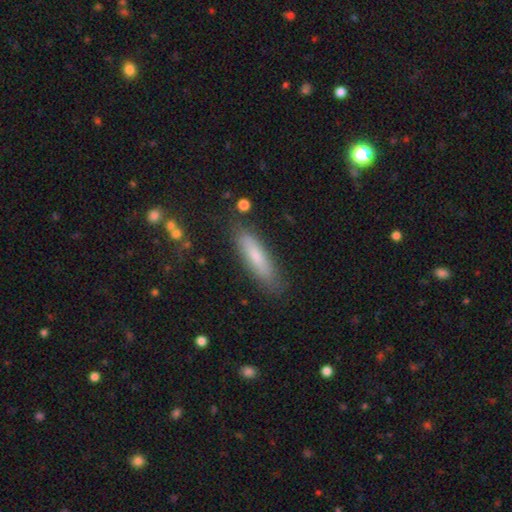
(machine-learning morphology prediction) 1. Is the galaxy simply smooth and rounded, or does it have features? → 73% smooth, 21% featured or disk, 7% star or artifact.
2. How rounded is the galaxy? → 68% cigar-shaped, 30% in between, 2% round.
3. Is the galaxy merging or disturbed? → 83% none, 12% minor disturbance, 3% major disturbance, 2% merger.